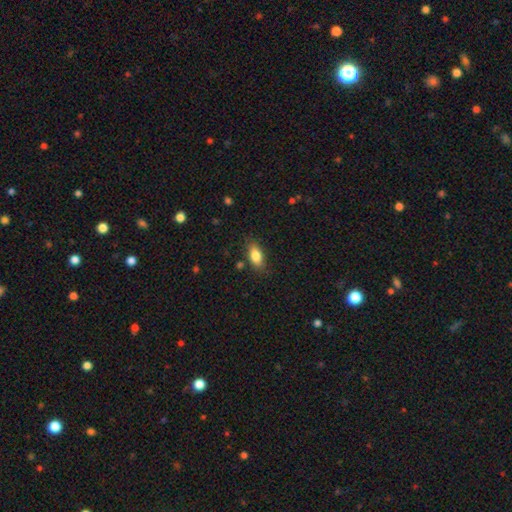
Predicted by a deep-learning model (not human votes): Morphology: type=smooth (83%); roundness=in between (87%); merging=none (81%).